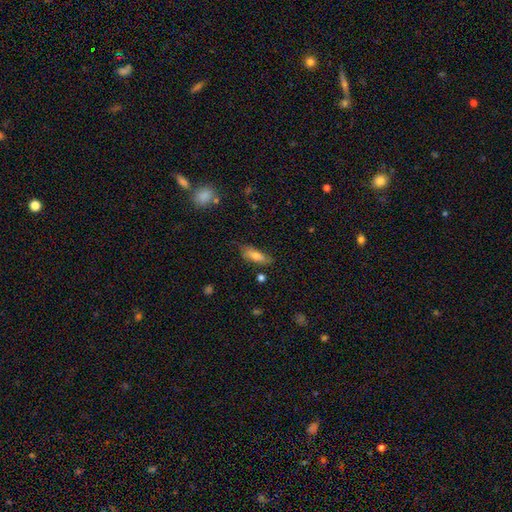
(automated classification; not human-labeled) Q: Smooth or featured?
A: smooth (71%); runner-up: featured or disk (22%)
Q: How rounded?
A: in between (59%); runner-up: cigar-shaped (39%)
Q: Merging?
A: none (72%); runner-up: minor disturbance (21%)